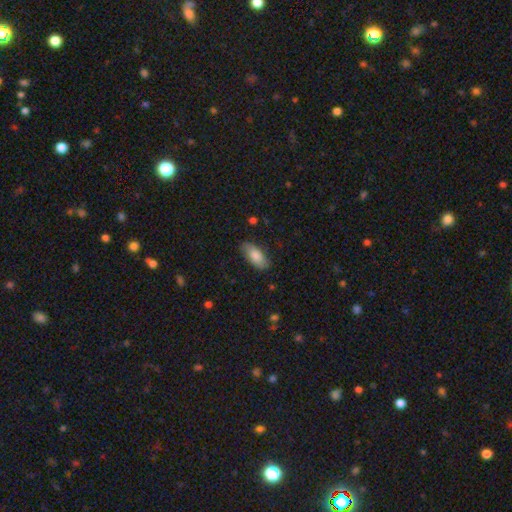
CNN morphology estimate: Smooth or featured?
  - smooth: 80% *
  - featured or disk: 14%
  - star or artifact: 6%
How rounded?
  - in between: 87% *
  - cigar-shaped: 10%
  - round: 2%
Merging?
  - none: 80% *
  - minor disturbance: 16%
  - major disturbance: 3%
  - merger: 1%